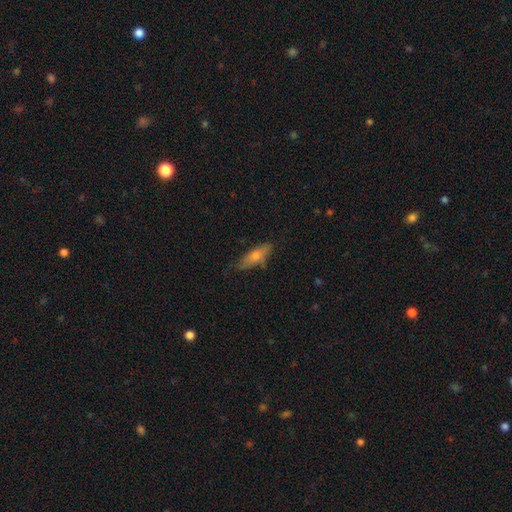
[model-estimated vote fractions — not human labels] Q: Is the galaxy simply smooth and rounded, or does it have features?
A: smooth — 57%.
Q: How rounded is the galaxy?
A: cigar-shaped — 54%.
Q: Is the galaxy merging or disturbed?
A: none — 75%.